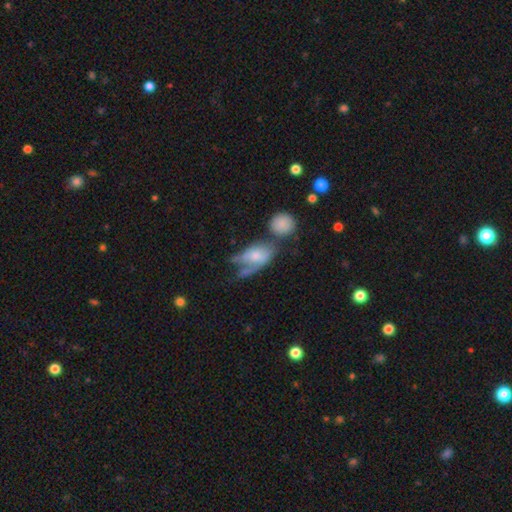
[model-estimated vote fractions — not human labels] Q: Smooth or featured?
A: smooth (48%); runner-up: featured or disk (42%)
Q: Merging?
A: major disturbance (30%); runner-up: none (27%)